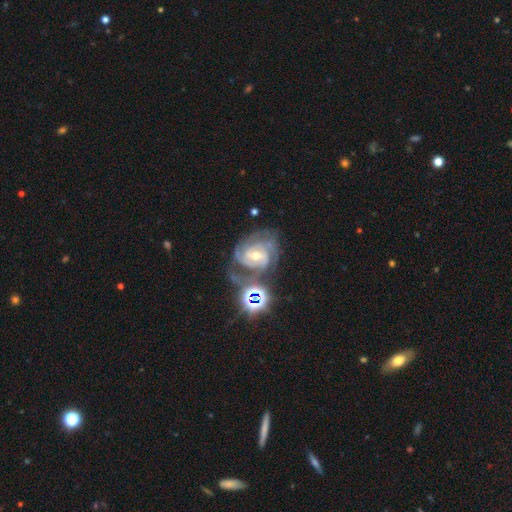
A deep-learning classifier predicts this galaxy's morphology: A featured or disk galaxy (86%) with a weak bar (42%), 3 (39%) tight (61%) spiral arms (97%) and a moderate central bulge (55%).

Vote fractions:
- Smooth or featured? featured or disk: 86% / star or artifact: 9% / smooth: 6%
- Edge-on disk? no: 98% / yes: 2%
- Bar? weak: 42% / no: 41% / strong: 17%
- Spiral arms? yes: 97% / no: 3%
- Spiral winding? tight: 61% / medium: 34% / loose: 6%
- Spiral arm count? 3: 39% / can't tell: 19% / 2: 17% / 4: 15% / more than 4: 5% / 1: 5%
- Bulge size? moderate: 55% / small: 42% / large: 2% / none: 1% / dominant: 1%
- Merging? none: 53% / minor disturbance: 21% / major disturbance: 17% / merger: 9%